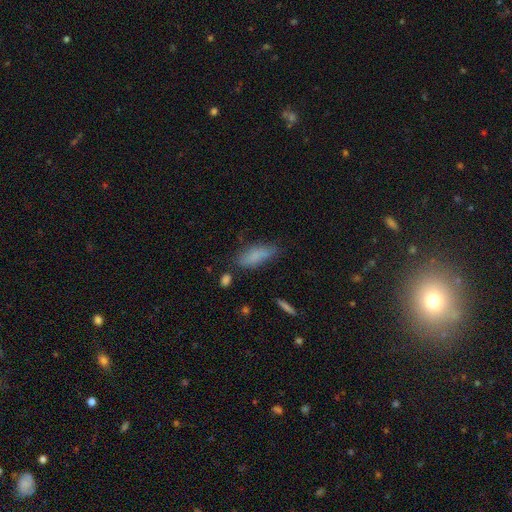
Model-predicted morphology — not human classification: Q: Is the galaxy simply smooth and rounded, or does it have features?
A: smooth — 80%.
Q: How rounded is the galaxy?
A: in between — 60%.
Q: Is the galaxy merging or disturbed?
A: none — 65%.